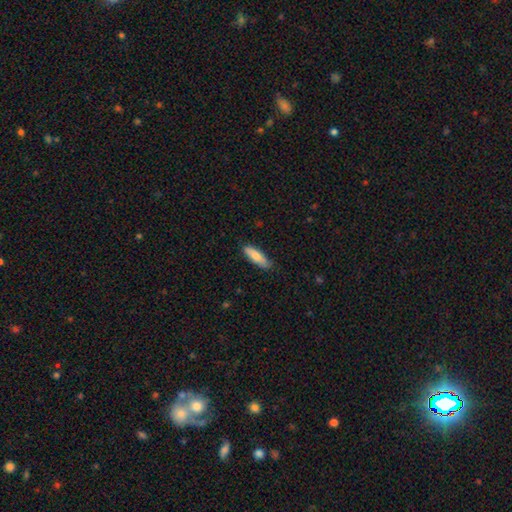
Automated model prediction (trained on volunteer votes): Smooth or featured: smooth — 80% (featured or disk — 14%)
How rounded: cigar-shaped — 54% (in between — 45%)
Merging: none — 83% (minor disturbance — 14%)